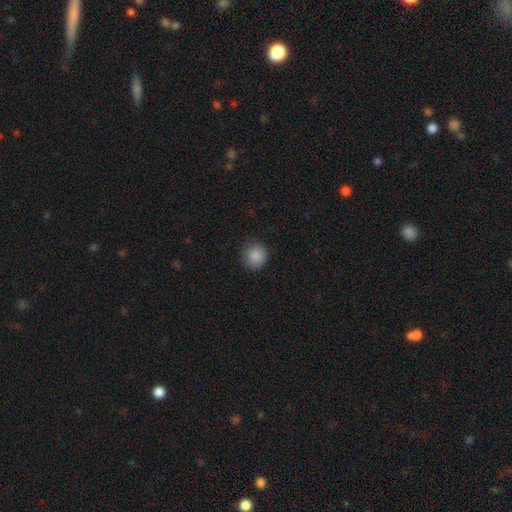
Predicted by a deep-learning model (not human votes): The model was most divided on "smooth or featured": smooth: 87%, star or artifact: 9%, featured or disk: 4%. More confident: how rounded — round (92%); merging — none (89%).